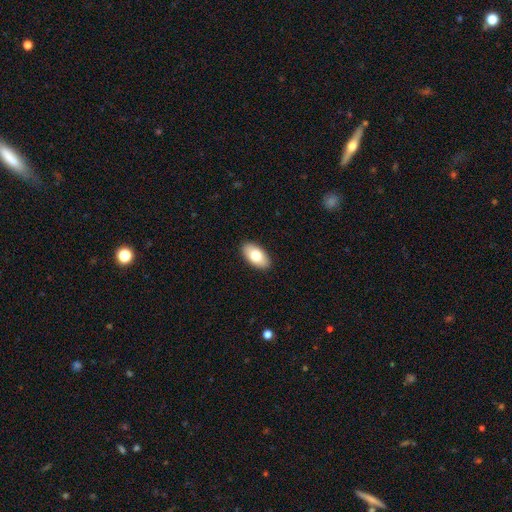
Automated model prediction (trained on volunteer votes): The model was most divided on "smooth or featured": smooth: 76%, featured or disk: 18%, star or artifact: 7%. More confident: how rounded — in between (94%); merging — none (90%).